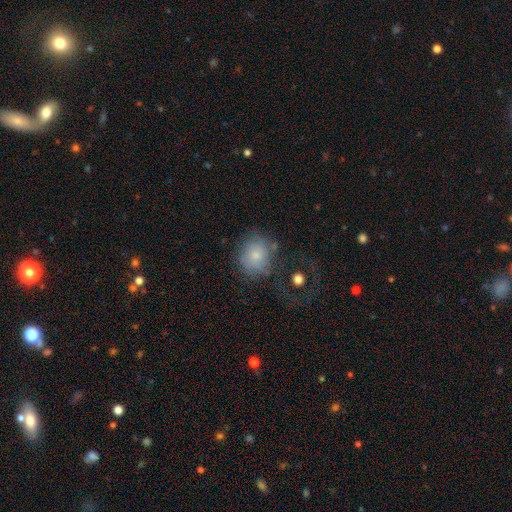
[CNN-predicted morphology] Overall: smooth (72%). How rounded: round (75%). Merging: none (61%).